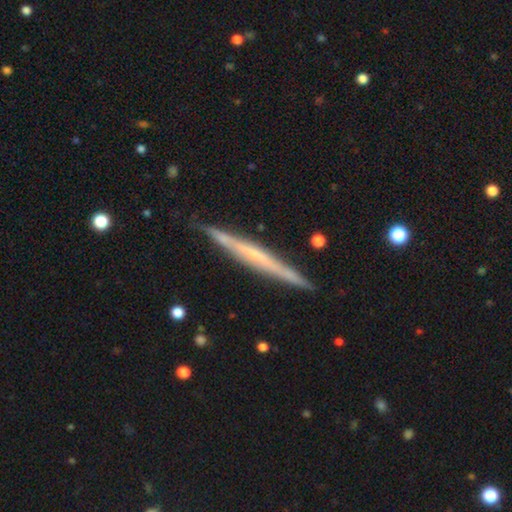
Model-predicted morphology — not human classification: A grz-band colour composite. It shows a featured or disk galaxy (69%) viewed edge-on (97%) with no central bulge (64%). Merging: none (87%).